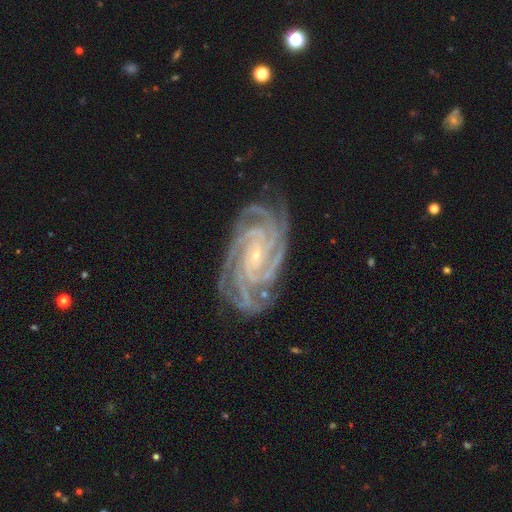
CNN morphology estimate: A featured or disk galaxy (92%) with no bar (58%), 4 (35%) tight (79%) spiral arms (99%) and a small central bulge (84%).

Vote fractions:
- Smooth or featured? featured or disk: 92% / star or artifact: 5% / smooth: 3%
- Edge-on disk? no: 97% / yes: 3%
- Bar? no: 58% / weak: 26% / strong: 16%
- Spiral arms? yes: 99% / no: 1%
- Spiral winding? tight: 79% / medium: 19% / loose: 2%
- Spiral arm count? 4: 35% / more than 4: 19% / 3: 17% / can't tell: 11% / 2: 10% / 1: 8%
- Bulge size? small: 84% / moderate: 12% / none: 2% / large: 1% / dominant: 1%
- Merging? none: 81% / minor disturbance: 14% / major disturbance: 4% / merger: 1%